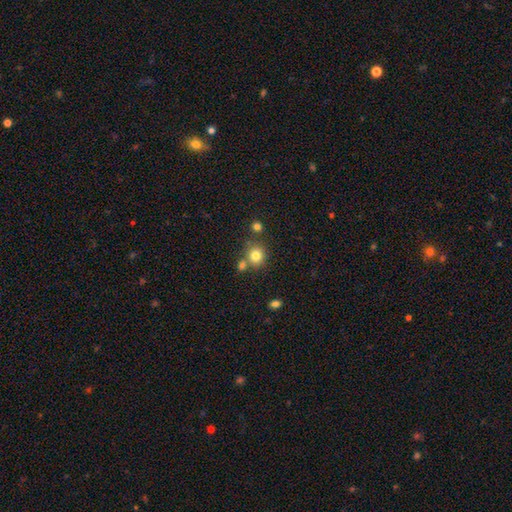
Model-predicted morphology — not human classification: smooth-or-featured: smooth: 81% | star or artifact: 12% | featured or disk: 7%
  how-rounded: round: 83% | in between: 16% | cigar-shaped: 1%
  merging: none: 66% | merger: 20% | minor disturbance: 10% | major disturbance: 4%